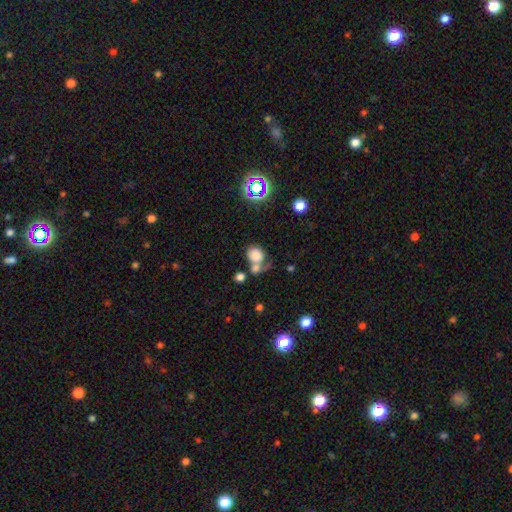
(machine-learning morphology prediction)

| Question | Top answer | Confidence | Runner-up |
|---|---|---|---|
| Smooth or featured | smooth | 77% | star or artifact (13%) |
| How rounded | round | 69% | in between (30%) |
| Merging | merger | 42% | none (37%) |